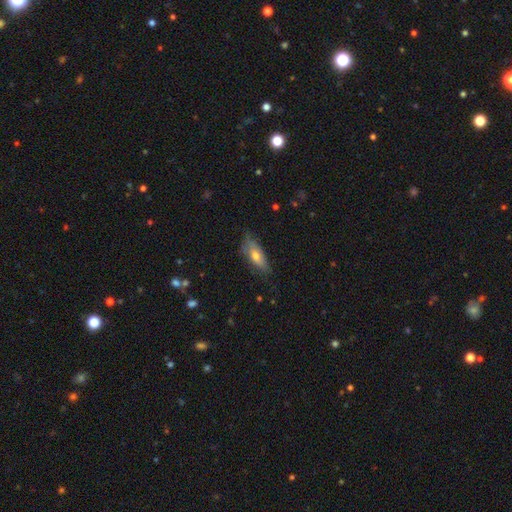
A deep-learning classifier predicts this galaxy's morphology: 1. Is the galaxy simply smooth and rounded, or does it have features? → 63% smooth, 30% featured or disk, 7% star or artifact.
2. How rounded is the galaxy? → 73% in between, 24% cigar-shaped, 3% round.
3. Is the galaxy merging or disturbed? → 61% none, 29% minor disturbance, 8% major disturbance, 2% merger.